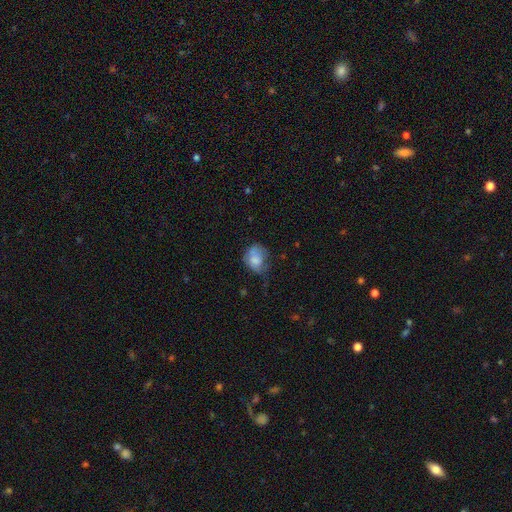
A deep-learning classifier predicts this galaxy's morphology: Smooth or featured? smooth (69%)
How rounded? in between (51%)
Merging? none (37%)